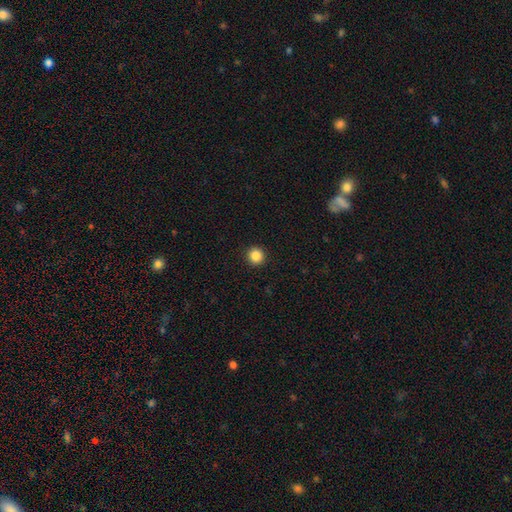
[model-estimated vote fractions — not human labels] Q: Smooth or featured?
A: smooth (87%); runner-up: star or artifact (10%)
Q: How rounded?
A: round (94%); runner-up: in between (5%)
Q: Merging?
A: none (93%); runner-up: minor disturbance (4%)